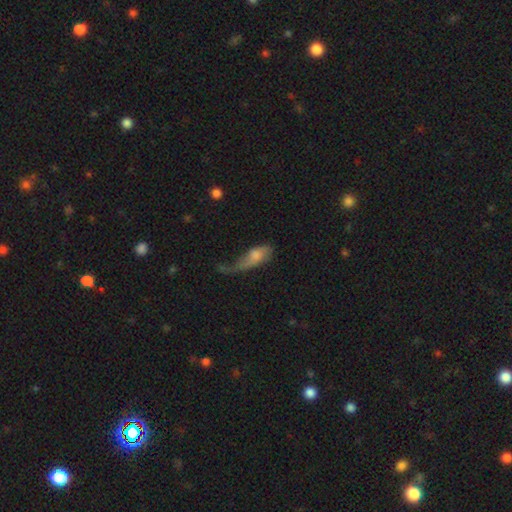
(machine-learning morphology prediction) Smooth or featured: smooth — 64% (featured or disk — 29%)
How rounded: in between — 78% (cigar-shaped — 18%)
Merging: major disturbance — 52% (minor disturbance — 24%)